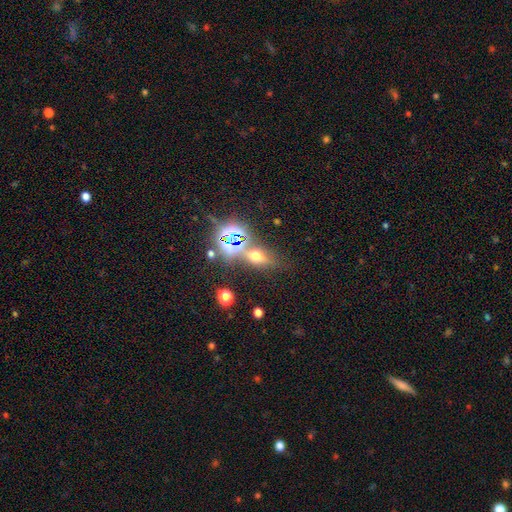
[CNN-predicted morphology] smooth-or-featured: star or artifact: 40% | smooth: 39% | featured or disk: 21%